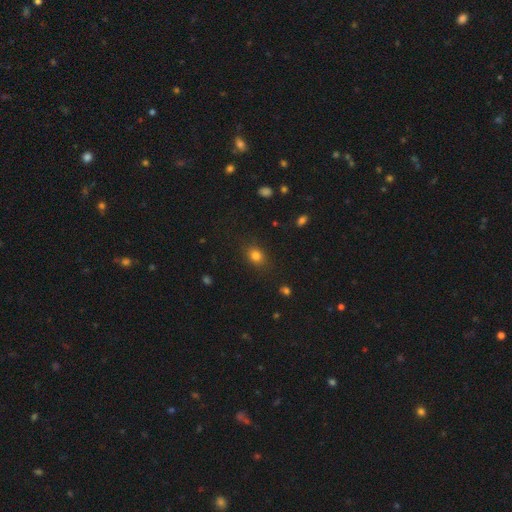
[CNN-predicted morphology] This appears to be a smooth galaxy with no disk features (80%) that is round (50%). Merging: none (84%).